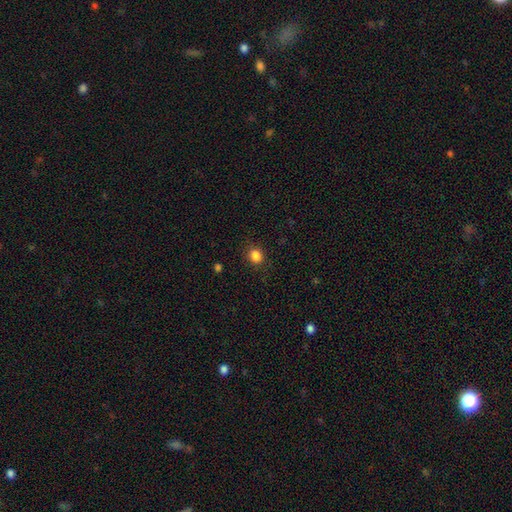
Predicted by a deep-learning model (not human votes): Smooth or featured?
  - smooth: 85% *
  - star or artifact: 11%
  - featured or disk: 4%
How rounded?
  - round: 69% *
  - in between: 30%
  - cigar-shaped: 1%
Merging?
  - none: 86% *
  - minor disturbance: 10%
  - major disturbance: 3%
  - merger: 1%